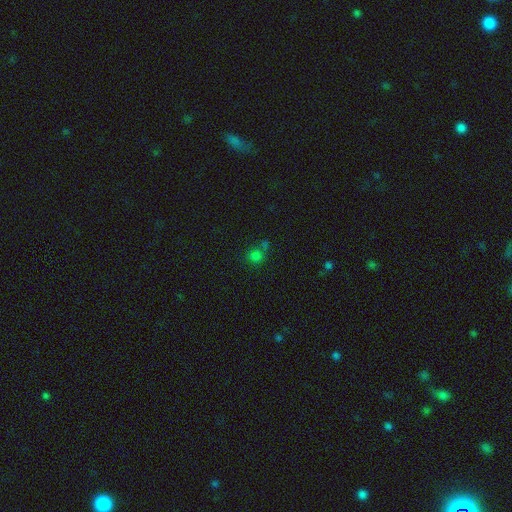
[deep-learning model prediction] smooth-or-featured: smooth: 71% | star or artifact: 23% | featured or disk: 6%
  how-rounded: round: 84% | in between: 15% | cigar-shaped: 1%
  merging: none: 59% | merger: 26% | minor disturbance: 10% | major disturbance: 5%